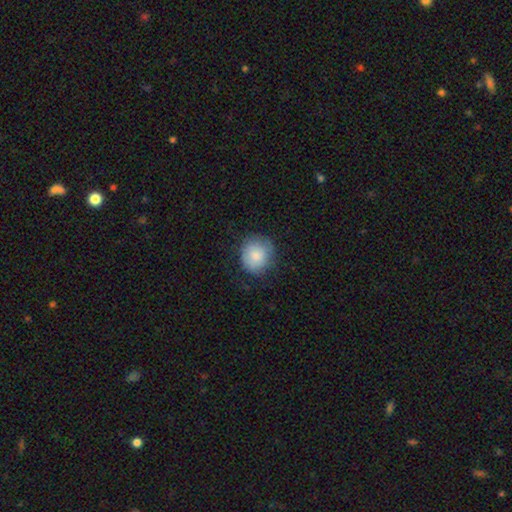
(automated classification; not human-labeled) Q: Smooth or featured?
A: smooth (83%); runner-up: featured or disk (10%)
Q: How rounded?
A: round (86%); runner-up: in between (14%)
Q: Merging?
A: none (75%); runner-up: minor disturbance (18%)